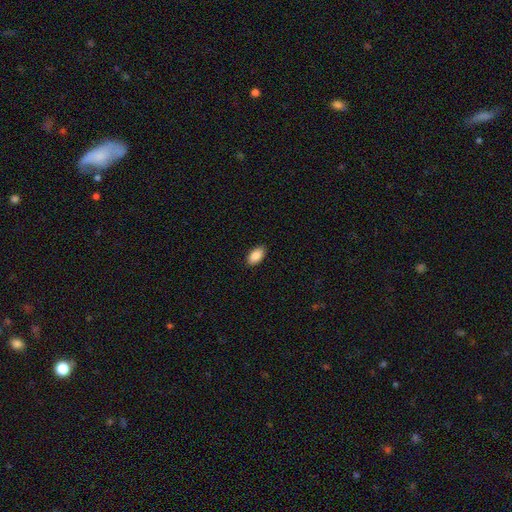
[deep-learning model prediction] The model was most divided on "merging": none: 90%, minor disturbance: 8%, major disturbance: 2%, merger: 1%. More confident: how rounded — in between (94%); smooth or featured — smooth (89%).